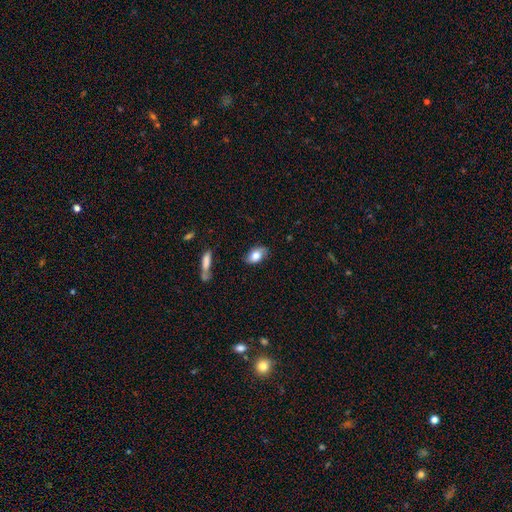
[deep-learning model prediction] Smooth or featured?
  - smooth: 75% *
  - featured or disk: 18%
  - star or artifact: 7%
How rounded?
  - in between: 90% *
  - round: 7%
  - cigar-shaped: 3%
Merging?
  - none: 79% *
  - minor disturbance: 16%
  - major disturbance: 3%
  - merger: 2%